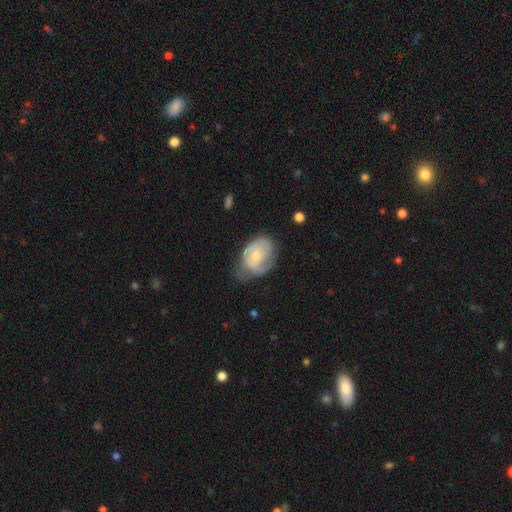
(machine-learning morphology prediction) Q: Smooth or featured?
A: featured or disk (60%); runner-up: smooth (34%)
Q: Edge-on disk?
A: no (96%); runner-up: yes (4%)
Q: Bar?
A: no (73%); runner-up: weak (24%)
Q: Spiral arms?
A: yes (79%); runner-up: no (21%)
Q: Bulge size?
A: small (59%); runner-up: moderate (36%)
Q: Merging?
A: none (44%); runner-up: minor disturbance (35%)